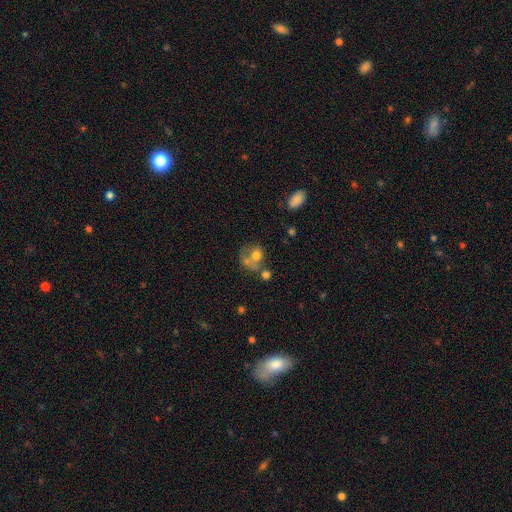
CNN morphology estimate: Q: Smooth or featured?
A: smooth (60%); runner-up: featured or disk (27%)
Q: How rounded?
A: round (63%); runner-up: in between (36%)
Q: Merging?
A: merger (42%); runner-up: none (28%)